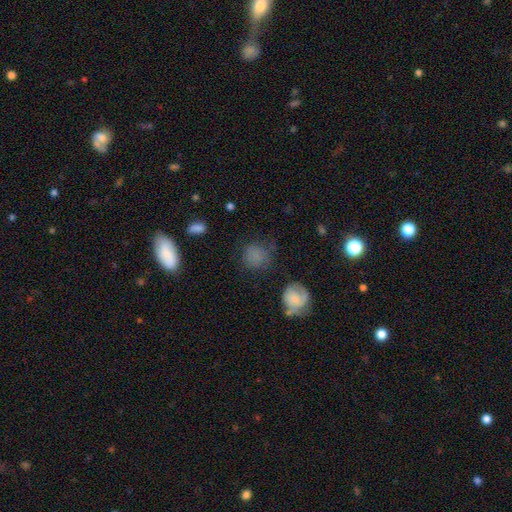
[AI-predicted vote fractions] This is likely a smooth galaxy (74%). How rounded: clearly round (83%). Merging: likely none (68%).